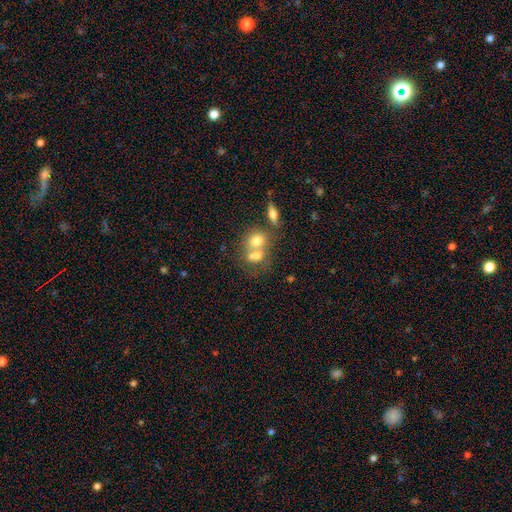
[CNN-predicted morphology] Q: Smooth or featured?
A: smooth (68%); runner-up: featured or disk (21%)
Q: How rounded?
A: in between (59%); runner-up: round (39%)
Q: Merging?
A: merger (60%); runner-up: none (26%)